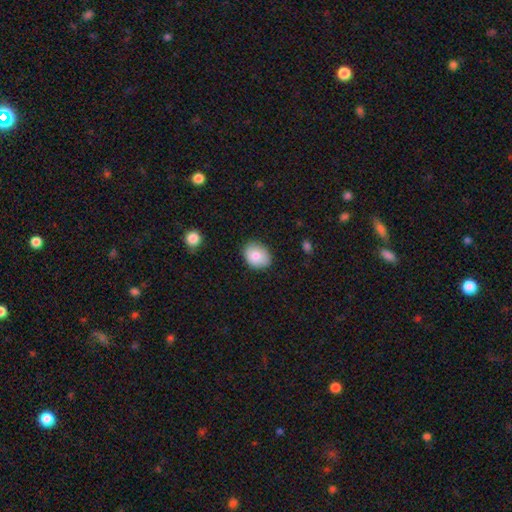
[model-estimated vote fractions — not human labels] smooth 82%, featured or disk 10%, star or artifact 7%. Down the decision tree: how rounded — in between (56%); merging — none (82%).